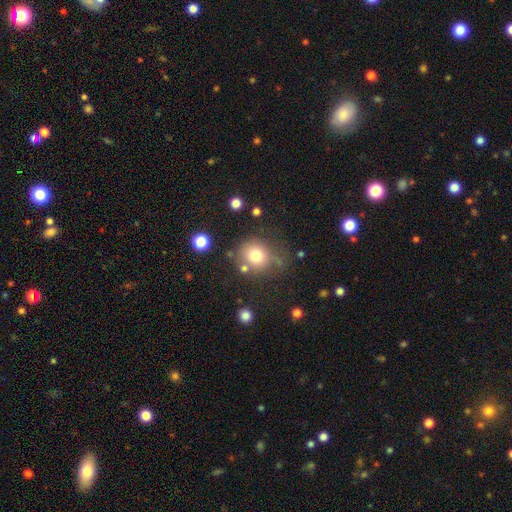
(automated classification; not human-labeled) The model was most divided on "merging": none: 64%, minor disturbance: 17%, merger: 10%, major disturbance: 9%. More confident: how rounded — round (82%); smooth or featured — smooth (76%).